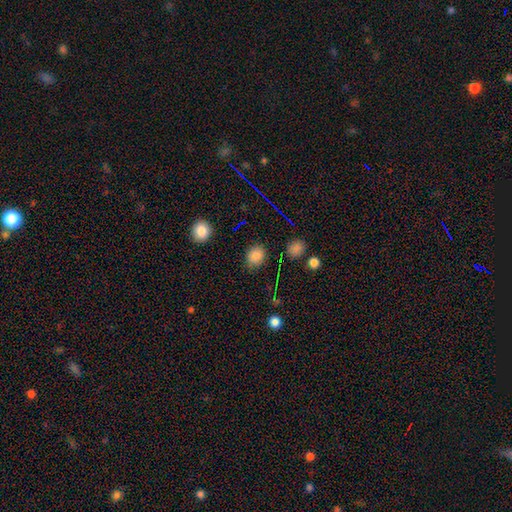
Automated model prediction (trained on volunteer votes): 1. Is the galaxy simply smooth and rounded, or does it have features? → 81% smooth, 13% star or artifact, 6% featured or disk.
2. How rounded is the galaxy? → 55% round, 44% in between, 1% cigar-shaped.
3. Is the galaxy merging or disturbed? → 84% none, 11% minor disturbance, 3% major disturbance, 2% merger.